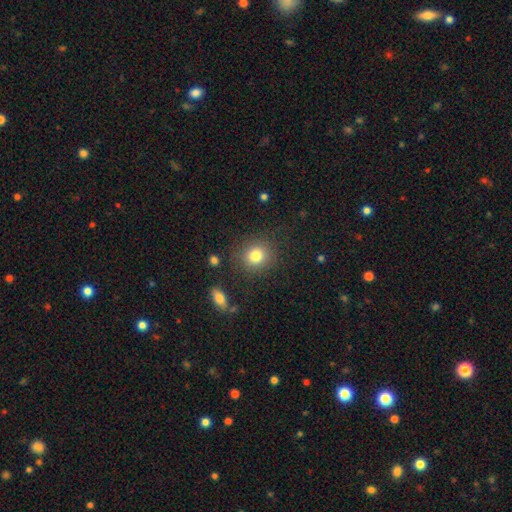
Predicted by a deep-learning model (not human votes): Smooth or featured: smooth — 81% (star or artifact — 11%)
How rounded: round — 83% (in between — 16%)
Merging: none — 85% (minor disturbance — 9%)